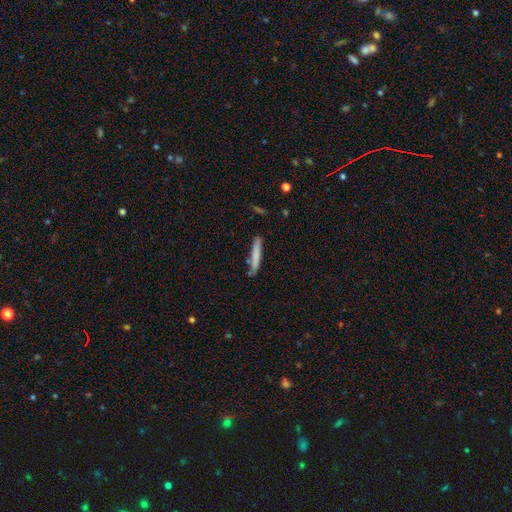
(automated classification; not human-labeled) This is likely a smooth galaxy (73%). How rounded: clearly cigar-shaped (94%). Merging: likely none (76%).